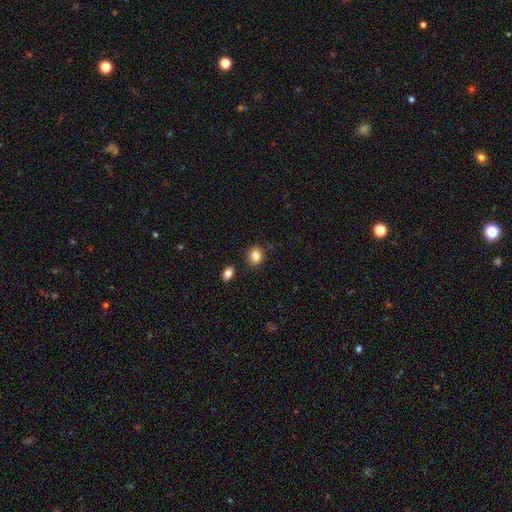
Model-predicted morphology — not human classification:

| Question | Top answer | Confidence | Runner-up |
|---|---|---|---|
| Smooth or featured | smooth | 85% | star or artifact (9%) |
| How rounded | round | 52% | in between (47%) |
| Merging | none | 84% | minor disturbance (10%) |